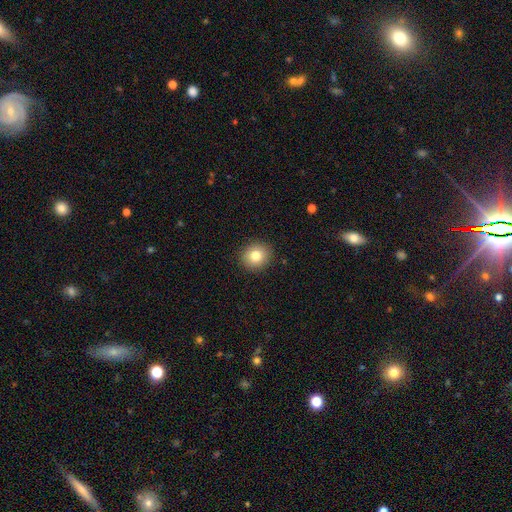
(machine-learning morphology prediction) Smooth or featured?
  - smooth: 80% *
  - star or artifact: 10%
  - featured or disk: 9%
How rounded?
  - round: 80% *
  - in between: 19%
  - cigar-shaped: 1%
Merging?
  - none: 91% *
  - minor disturbance: 6%
  - major disturbance: 2%
  - merger: 1%